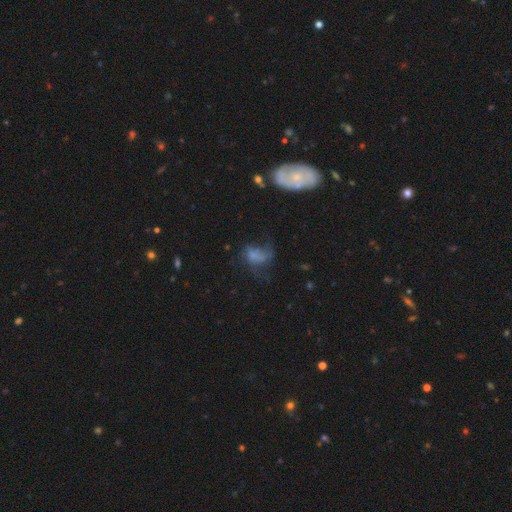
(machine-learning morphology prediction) A smooth galaxy with no disk features (50%).

Vote fractions:
- Smooth or featured? smooth: 50% / featured or disk: 34% / star or artifact: 16%
- Merging? major disturbance: 47% / none: 27% / minor disturbance: 21% / merger: 5%